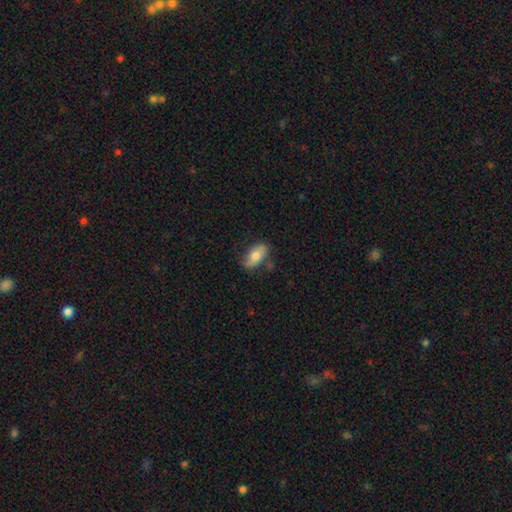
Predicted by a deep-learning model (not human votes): Morphology: type=smooth (67%); roundness=in between (88%); merging=none (69%).